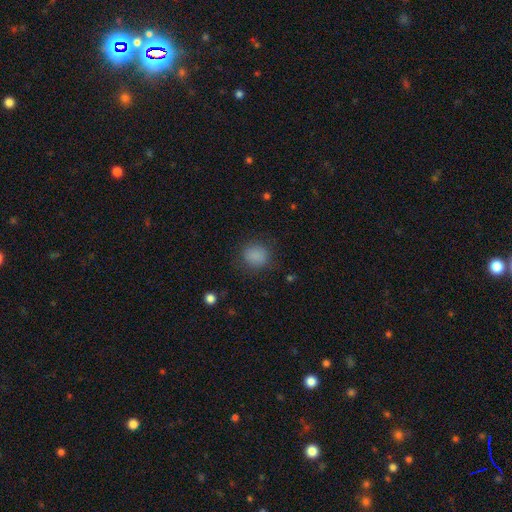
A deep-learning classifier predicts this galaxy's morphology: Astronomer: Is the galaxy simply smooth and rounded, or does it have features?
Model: smooth — 85%.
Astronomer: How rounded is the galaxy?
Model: round — 74%.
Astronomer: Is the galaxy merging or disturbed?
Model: none — 81%.